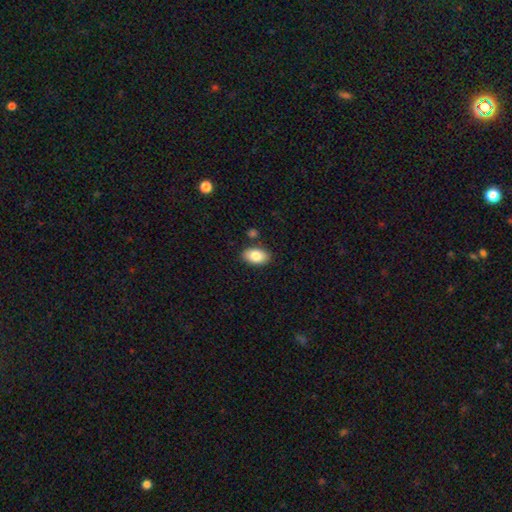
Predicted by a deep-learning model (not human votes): Smooth or featured? Predicted: smooth (p=0.84). How rounded? Predicted: in between (p=0.93). Merging? Predicted: none (p=0.85).